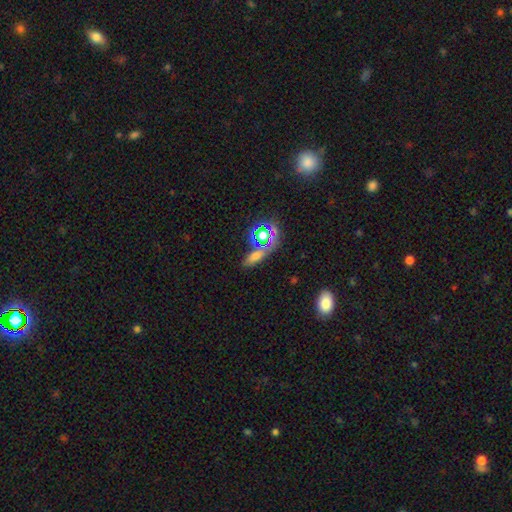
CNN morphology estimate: A smooth galaxy with no disk features (59%) that is in between round and cigar-shaped (60%). Merging: none (68%).